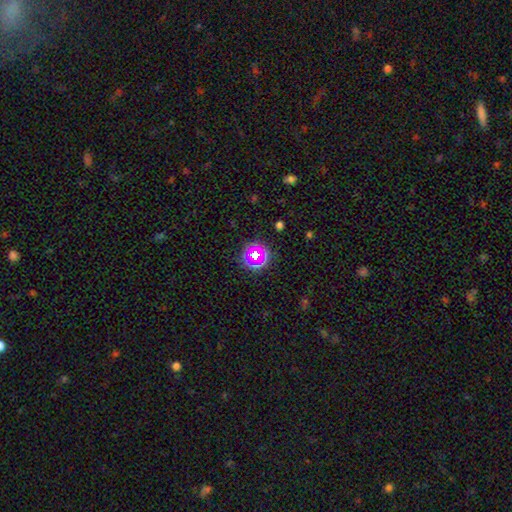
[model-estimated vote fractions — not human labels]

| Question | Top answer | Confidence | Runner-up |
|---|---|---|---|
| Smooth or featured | smooth | 44% | star or artifact (42%) |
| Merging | none | 79% | minor disturbance (11%) |